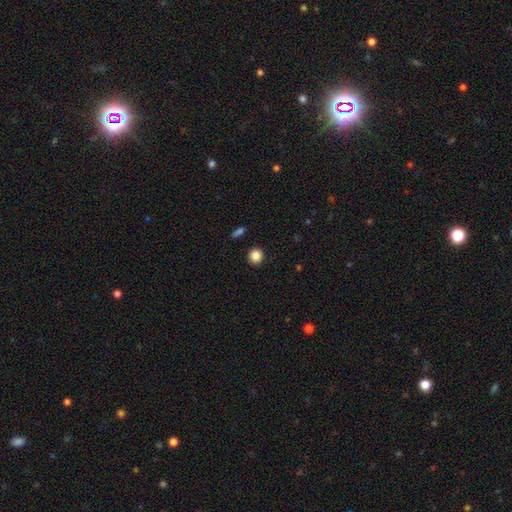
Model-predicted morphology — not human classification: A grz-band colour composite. It shows a smooth galaxy with no disk features (86%) that is round (92%). Merging: none (92%).